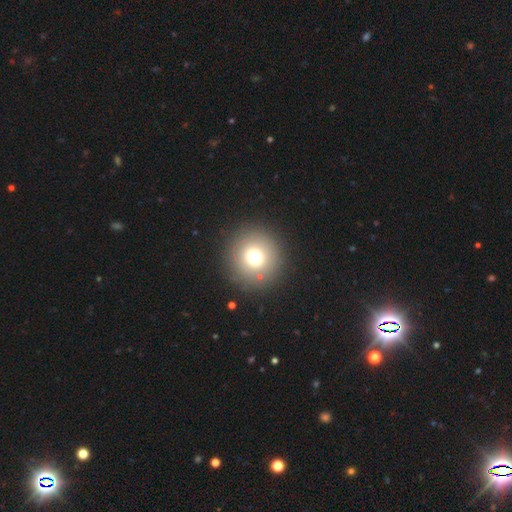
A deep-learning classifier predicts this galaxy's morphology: Overall: smooth (68%). How rounded: round (95%). Merging: none (91%).